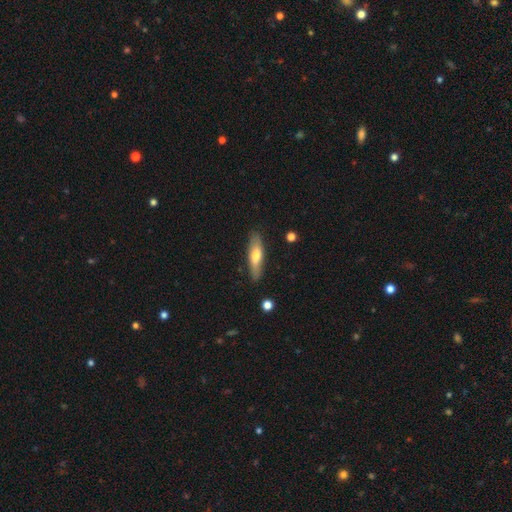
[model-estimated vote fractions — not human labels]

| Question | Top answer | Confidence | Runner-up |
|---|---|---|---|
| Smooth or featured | smooth | 59% | featured or disk (35%) |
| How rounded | cigar-shaped | 66% | in between (32%) |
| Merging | none | 84% | minor disturbance (12%) |